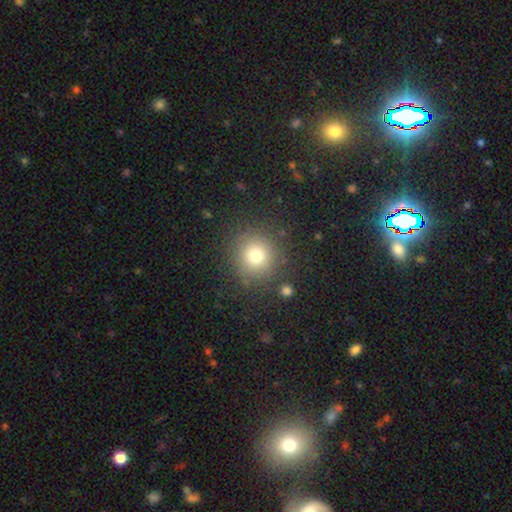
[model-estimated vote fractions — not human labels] Smooth or featured: smooth — 74% (star or artifact — 16%)
How rounded: round — 92% (in between — 7%)
Merging: none — 85% (minor disturbance — 8%)